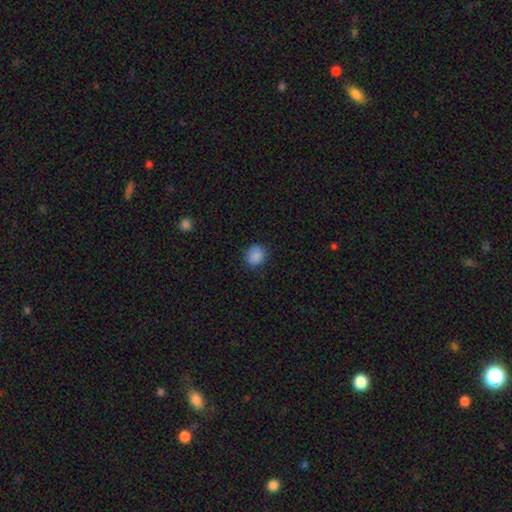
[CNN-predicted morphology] smooth_or_featured: smooth (p=0.87) [alt: star or artifact p=0.09]
how_rounded: round (p=0.68) [alt: in between p=0.31]
merging: none (p=0.82) [alt: minor disturbance p=0.14]